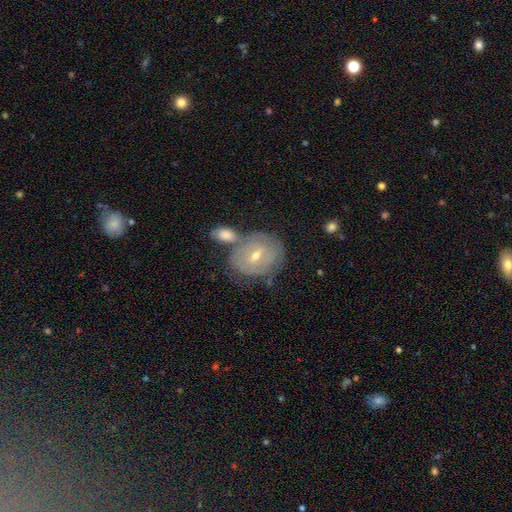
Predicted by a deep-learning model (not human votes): smooth-or-featured: featured or disk: 68% | smooth: 25% | star or artifact: 7%
  disk-edge-on: no: 96% | yes: 4%
    bar: weak: 49% | no: 36% | strong: 15%
    has-spiral-arms: yes: 70% | no: 30%
    bulge-size: moderate: 51% | small: 46% | large: 1% | none: 1% | dominant: 1%
  merging: none: 53% | merger: 24% | minor disturbance: 16% | major disturbance: 6%